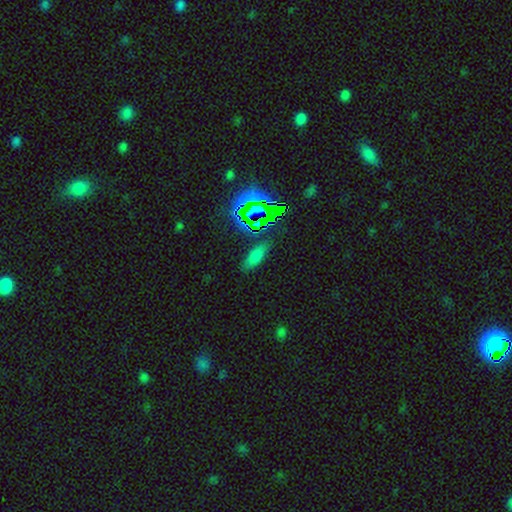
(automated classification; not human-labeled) Overall: smooth (68%). How rounded: in between (69%). Merging: none (82%).